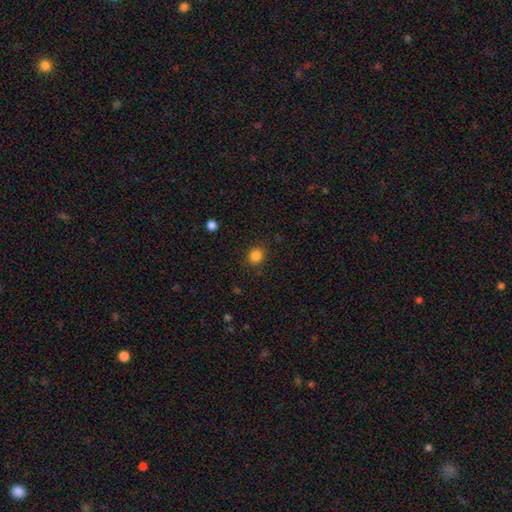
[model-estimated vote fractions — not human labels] Overall: smooth (85%). How rounded: round (81%). Merging: none (88%).